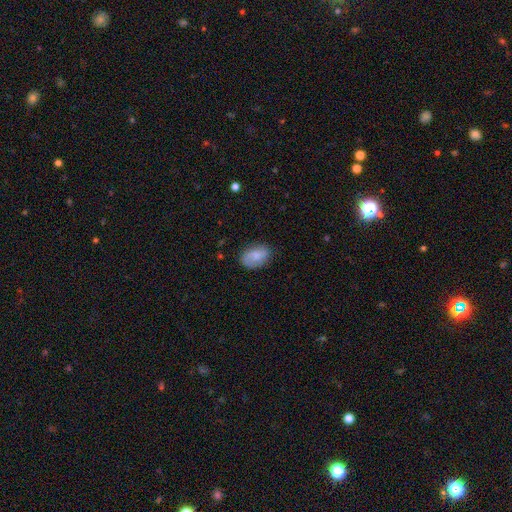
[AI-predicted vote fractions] Smooth or featured: smooth — 59% (featured or disk — 34%)
How rounded: in between — 84% (round — 14%)
Merging: none — 75% (minor disturbance — 19%)